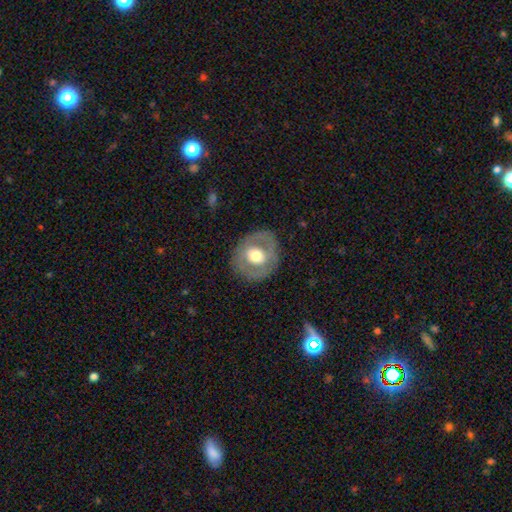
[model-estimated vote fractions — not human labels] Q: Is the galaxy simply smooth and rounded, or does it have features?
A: featured or disk — 50%.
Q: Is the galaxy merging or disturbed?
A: none — 81%.